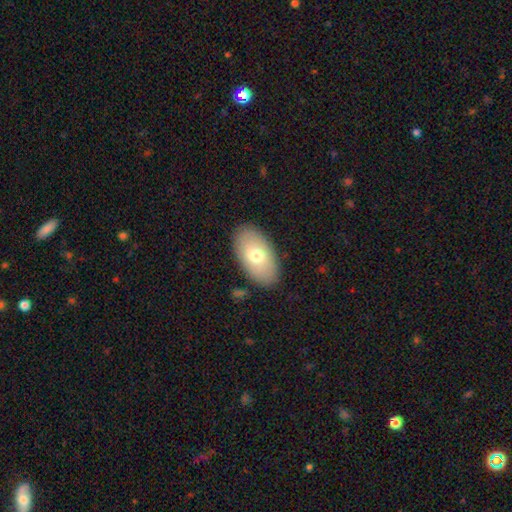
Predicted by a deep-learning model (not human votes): smooth 71%, featured or disk 23%, star or artifact 6%. Down the decision tree: how rounded — in between (94%); merging — none (87%).